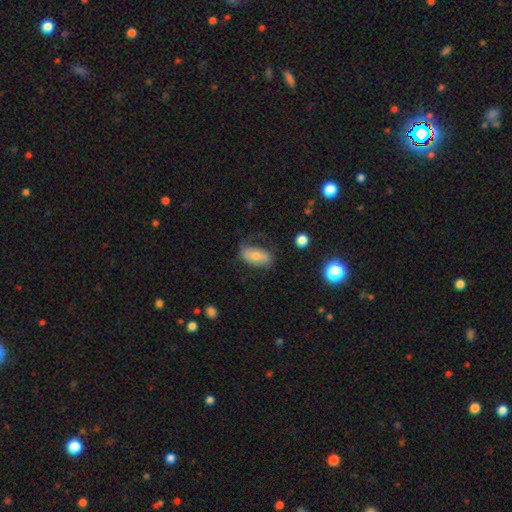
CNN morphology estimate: Smooth or featured?
  - smooth: 55% *
  - featured or disk: 37%
  - star or artifact: 8%
How rounded?
  - in between: 91% *
  - round: 6%
  - cigar-shaped: 3%
Merging?
  - none: 52% *
  - minor disturbance: 26%
  - major disturbance: 20%
  - merger: 2%